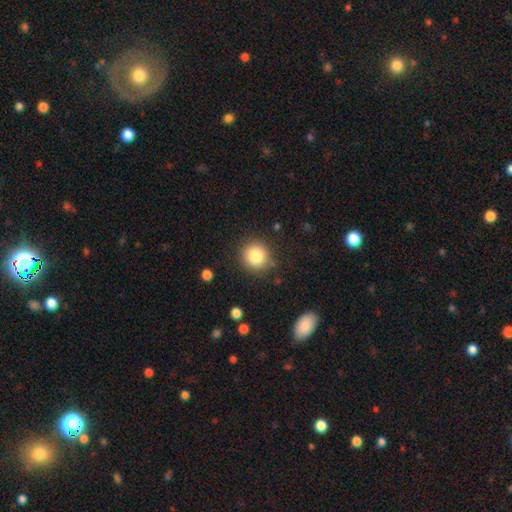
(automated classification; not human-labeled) smooth-or-featured: smooth: 84% | star or artifact: 10% | featured or disk: 6%
  how-rounded: round: 92% | in between: 7% | cigar-shaped: 1%
  merging: none: 86% | minor disturbance: 9% | major disturbance: 3% | merger: 2%